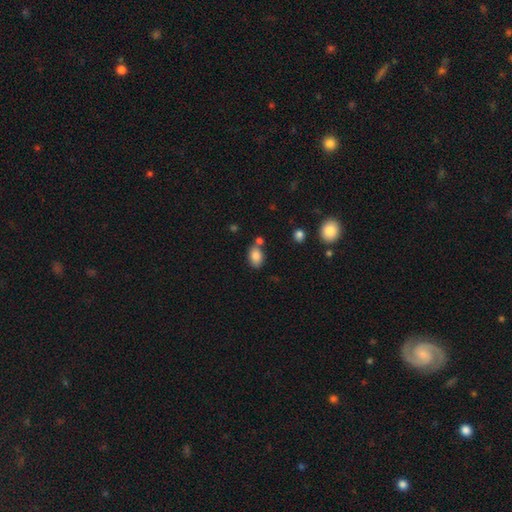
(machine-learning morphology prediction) The model was most divided on "merging": none: 67%, merger: 15%, minor disturbance: 15%, major disturbance: 3%. More confident: smooth or featured — smooth (83%); how rounded — in between (81%).